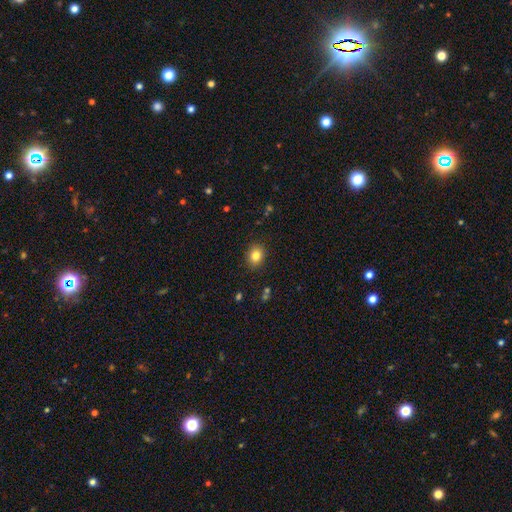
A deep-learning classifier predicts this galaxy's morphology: Smooth or featured? smooth (83%)
How rounded? round (55%)
Merging? none (88%)